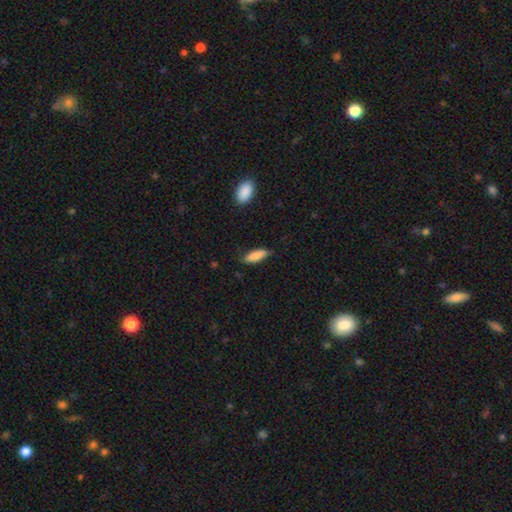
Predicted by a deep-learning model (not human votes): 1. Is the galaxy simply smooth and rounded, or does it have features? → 85% smooth, 9% featured or disk, 6% star or artifact.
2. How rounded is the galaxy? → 62% in between, 36% cigar-shaped, 2% round.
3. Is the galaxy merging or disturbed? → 77% none, 18% minor disturbance, 3% major disturbance, 1% merger.